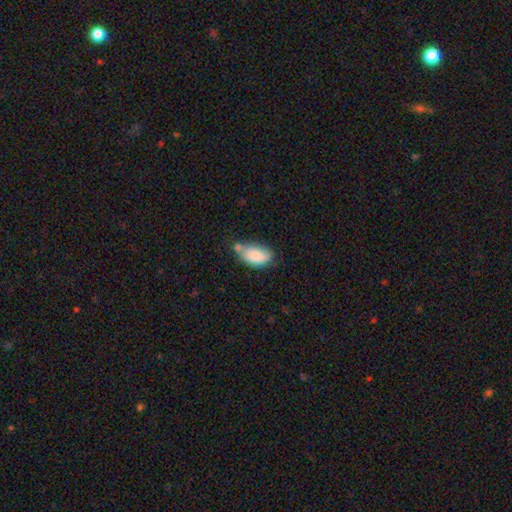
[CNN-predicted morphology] A smooth galaxy with no disk features (82%) that is in between round and cigar-shaped (93%). Merging: none (47%).